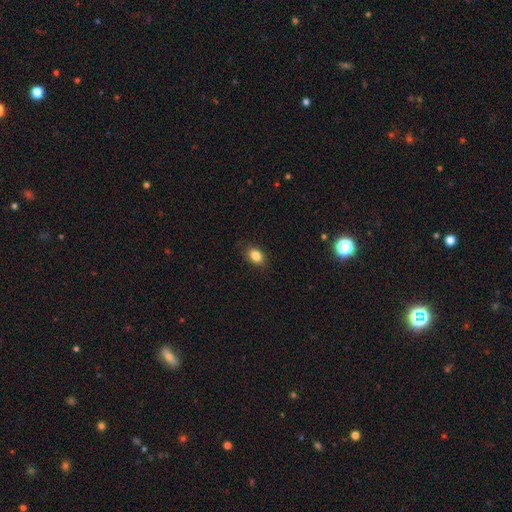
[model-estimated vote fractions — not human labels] Q: Smooth or featured?
A: smooth (85%); runner-up: star or artifact (9%)
Q: How rounded?
A: in between (75%); runner-up: round (23%)
Q: Merging?
A: none (86%); runner-up: minor disturbance (11%)